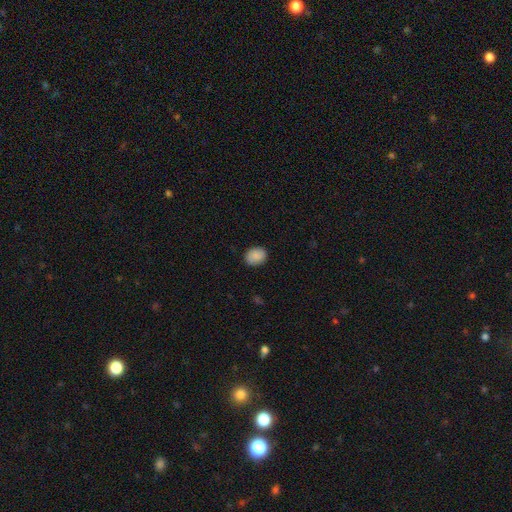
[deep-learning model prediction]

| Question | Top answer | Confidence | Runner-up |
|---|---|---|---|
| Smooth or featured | smooth | 88% | star or artifact (7%) |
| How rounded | round | 50% | in between (49%) |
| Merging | none | 88% | minor disturbance (9%) |